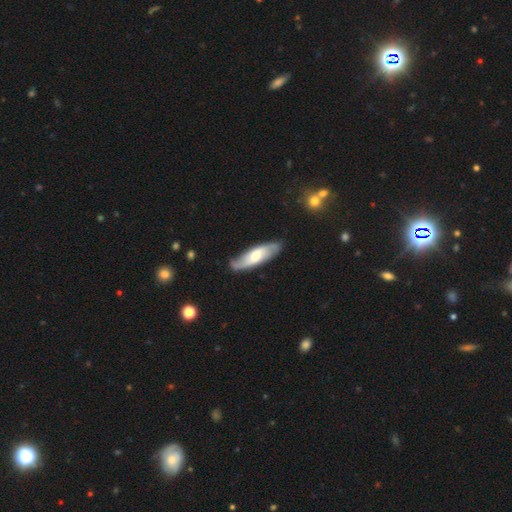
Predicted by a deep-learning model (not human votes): This appears to be a featured or disk galaxy (58%). Merging: none (81%).